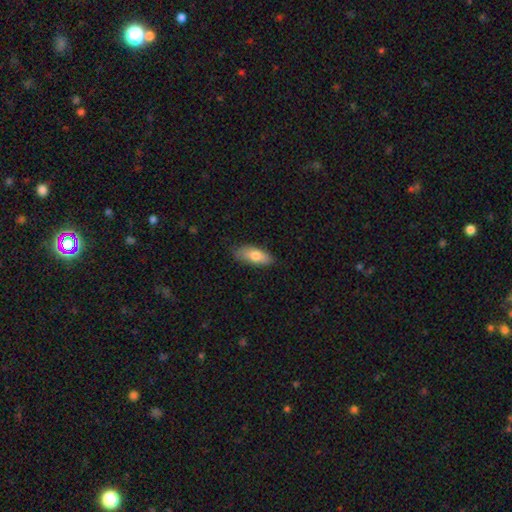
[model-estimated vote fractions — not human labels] This is likely a smooth galaxy (76%). How rounded: likely in between (77%). Merging: likely none (77%).